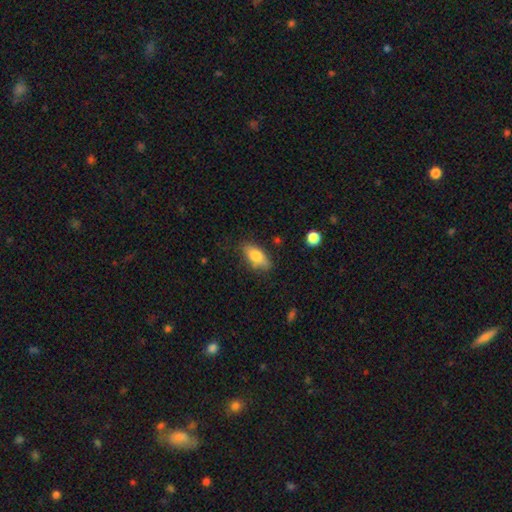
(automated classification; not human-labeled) Smooth or featured?
  - smooth: 76% *
  - featured or disk: 17%
  - star or artifact: 7%
How rounded?
  - in between: 80% *
  - cigar-shaped: 16%
  - round: 4%
Merging?
  - none: 74% *
  - minor disturbance: 19%
  - major disturbance: 4%
  - merger: 2%